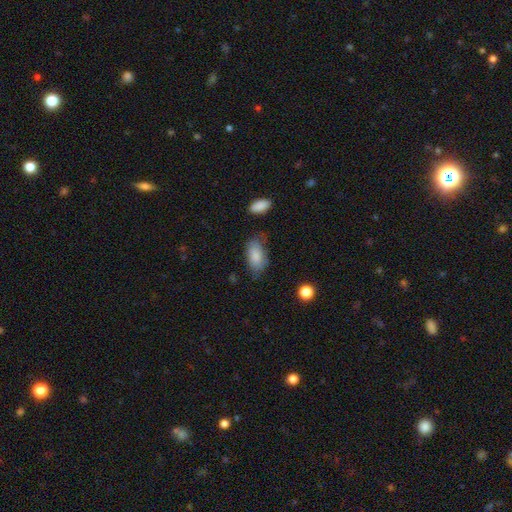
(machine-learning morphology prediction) type=smooth (83%); roundness=in between (93%); merging=none (61%).